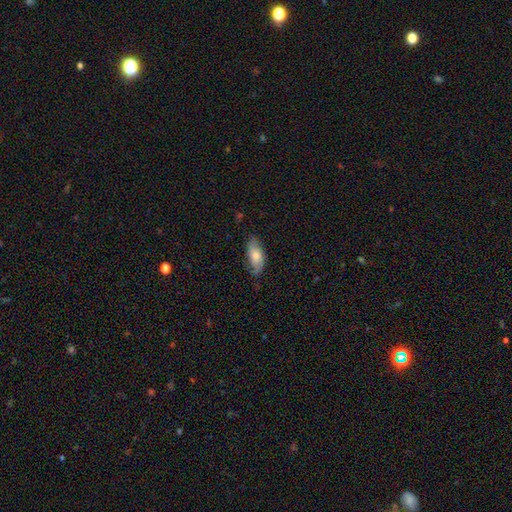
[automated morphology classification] Smooth or featured?
  - smooth: 61% *
  - featured or disk: 33%
  - star or artifact: 6%
How rounded?
  - in between: 86% *
  - cigar-shaped: 11%
  - round: 3%
Merging?
  - none: 68% *
  - minor disturbance: 24%
  - major disturbance: 6%
  - merger: 1%